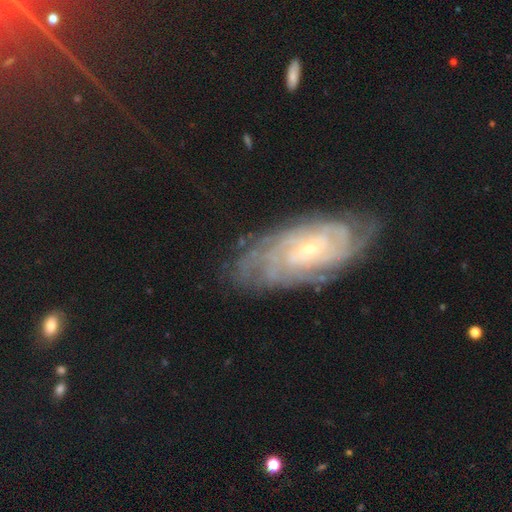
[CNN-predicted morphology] This appears to be a featured or disk galaxy (81%) with no bar (55%), tight (79%) spiral arms (96%) and a small central bulge (75%). Merging: none (79%).